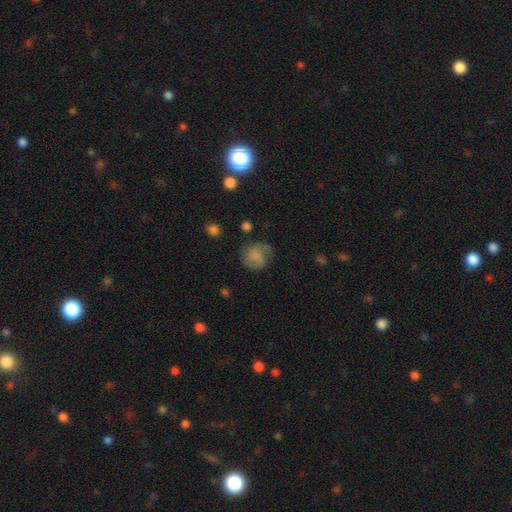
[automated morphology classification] Smooth or featured: smooth — 60% (featured or disk — 30%)
How rounded: round — 76% (in between — 23%)
Merging: none — 57% (minor disturbance — 24%)